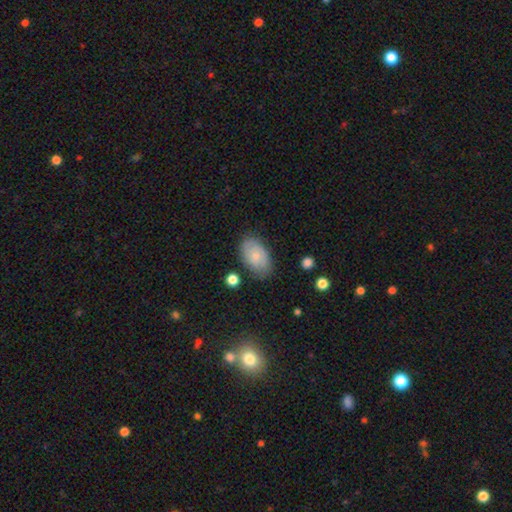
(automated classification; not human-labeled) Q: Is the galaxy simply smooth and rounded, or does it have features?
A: smooth — 67%.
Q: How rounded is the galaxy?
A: in between — 91%.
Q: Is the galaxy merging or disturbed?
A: none — 73%.